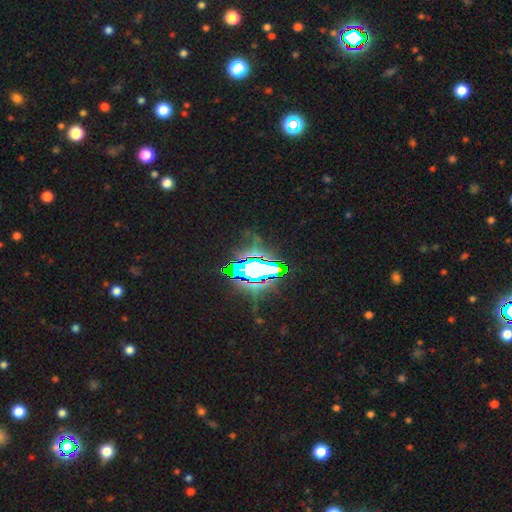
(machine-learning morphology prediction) smooth_or_featured: star or artifact (p=0.79) [alt: smooth p=0.11]